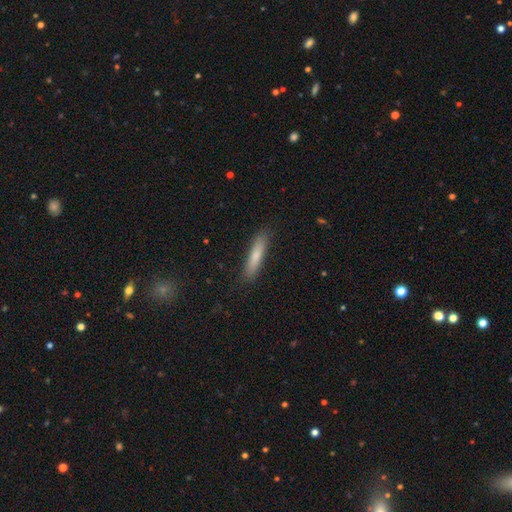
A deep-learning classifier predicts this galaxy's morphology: This is likely a smooth galaxy (74%). How rounded: clearly cigar-shaped (85%). Merging: clearly none (87%).